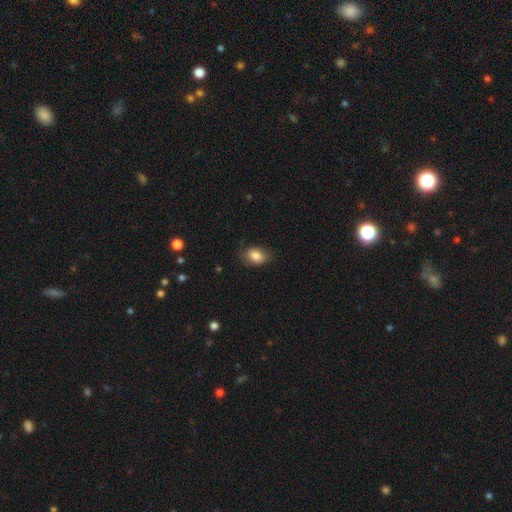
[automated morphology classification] The model was most divided on "merging": none: 76%, minor disturbance: 19%, major disturbance: 4%, merger: 1%. More confident: how rounded — in between (83%); smooth or featured — smooth (82%).